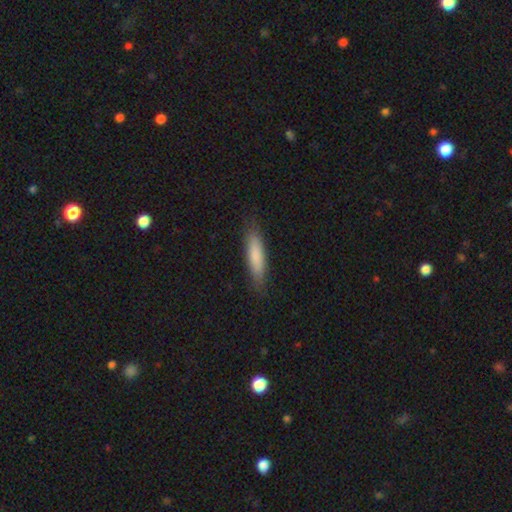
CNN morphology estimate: A smooth galaxy with no disk features (82%) that is cigar-shaped (77%). Merging: none (85%).